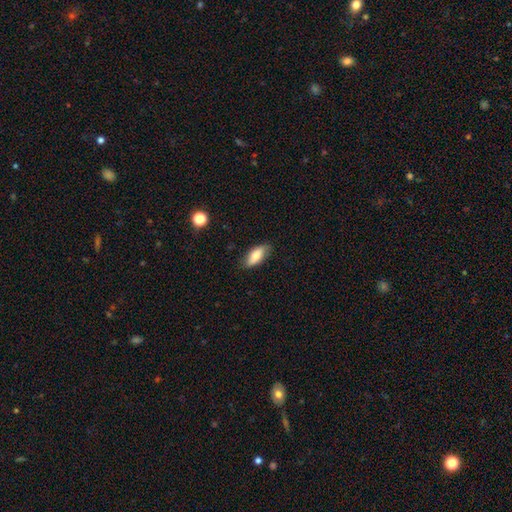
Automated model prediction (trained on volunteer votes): Smooth or featured?
  - smooth: 77% *
  - featured or disk: 16%
  - star or artifact: 7%
How rounded?
  - in between: 80% *
  - cigar-shaped: 17%
  - round: 3%
Merging?
  - none: 78% *
  - minor disturbance: 18%
  - major disturbance: 3%
  - merger: 1%